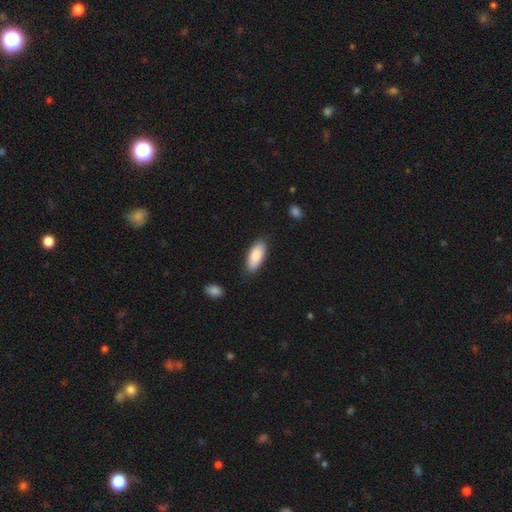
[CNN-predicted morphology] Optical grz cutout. It shows a smooth galaxy with no disk features (86%) that is in between round and cigar-shaped (80%). Merging: none (85%).